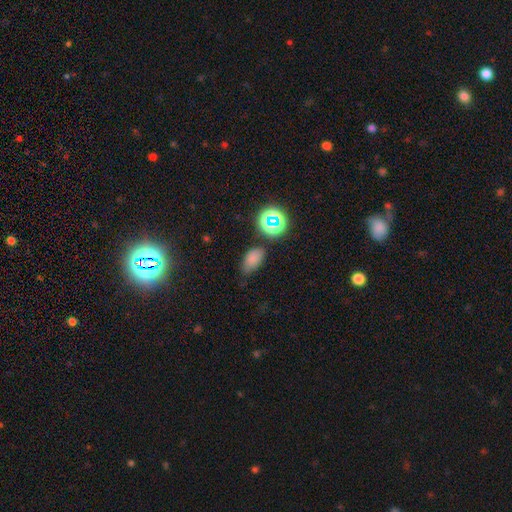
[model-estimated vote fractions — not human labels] Smooth or featured? smooth (67%)
How rounded? in between (86%)
Merging? none (70%)